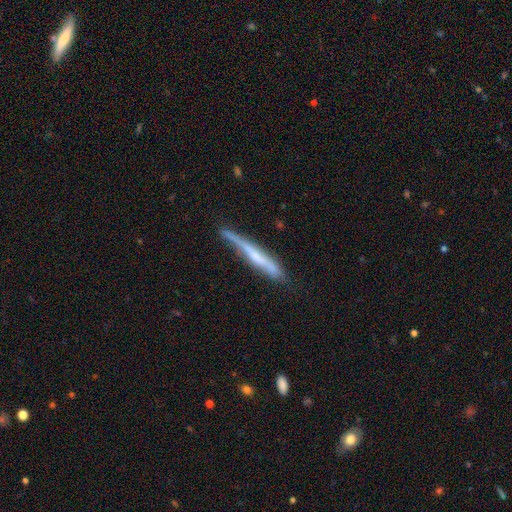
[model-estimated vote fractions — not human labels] A featured or disk galaxy (53%) viewed edge-on (89%). Merging: none (62%).